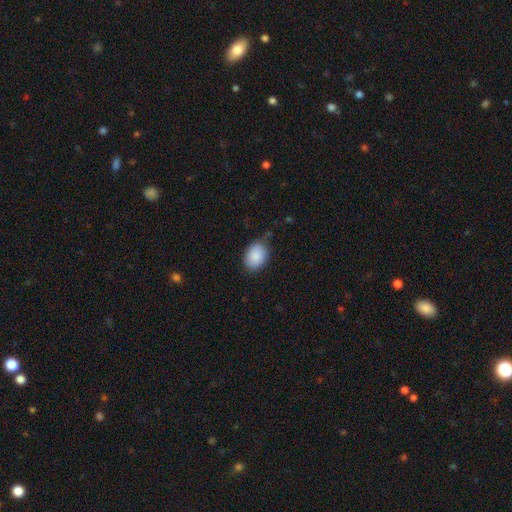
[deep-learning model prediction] A smooth galaxy with no disk features (88%) that is in between round and cigar-shaped (71%).

Vote fractions:
- Smooth or featured? smooth: 88% / star or artifact: 7% / featured or disk: 5%
- How rounded? in between: 71% / round: 28% / cigar-shaped: 1%
- Merging? none: 73% / minor disturbance: 21% / major disturbance: 4% / merger: 2%